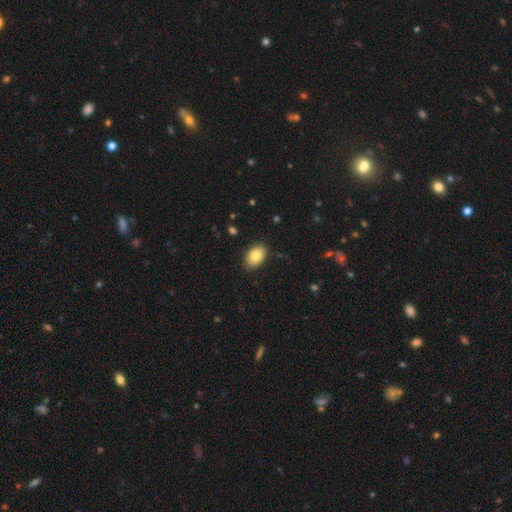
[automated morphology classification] Smooth or featured? Predicted: smooth (p=0.81). How rounded? Predicted: in between (p=0.86). Merging? Predicted: none (p=0.85).